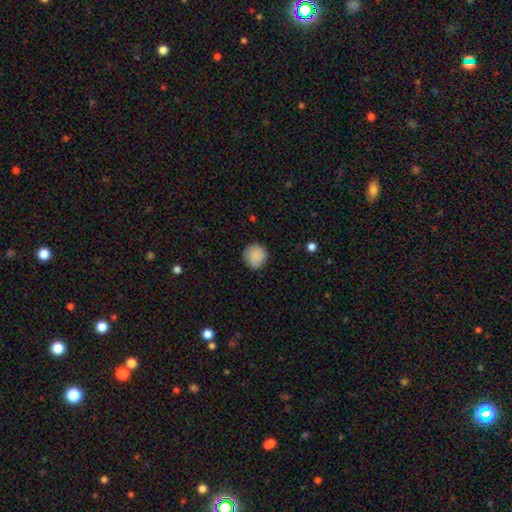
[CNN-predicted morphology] This is clearly a smooth galaxy (88%). How rounded: clearly round (91%). Merging: clearly none (83%).